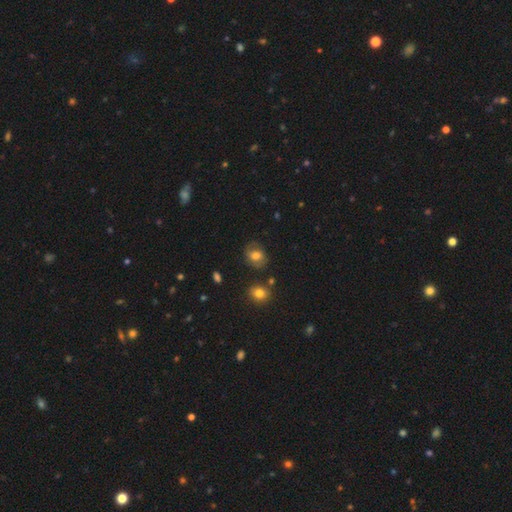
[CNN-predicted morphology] Smooth or featured? Predicted: smooth (p=0.64). How rounded? Predicted: round (p=0.53). Merging? Predicted: none (p=0.71).